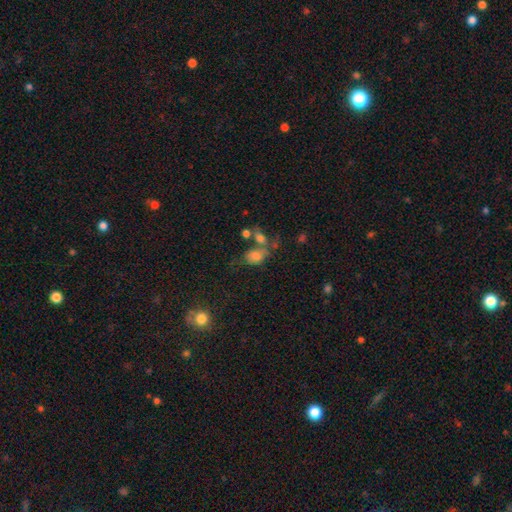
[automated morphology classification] smooth 69%, featured or disk 17%, star or artifact 14%. Down the decision tree: how rounded — in between (77%); merging — none (34%).